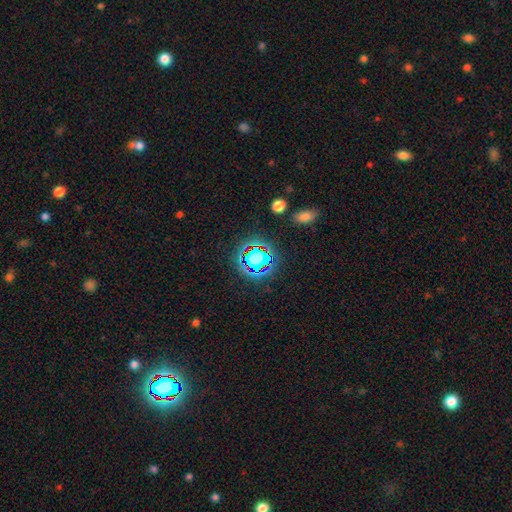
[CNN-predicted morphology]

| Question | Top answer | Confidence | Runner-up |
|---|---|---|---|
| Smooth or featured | star or artifact | 78% | smooth (14%) |